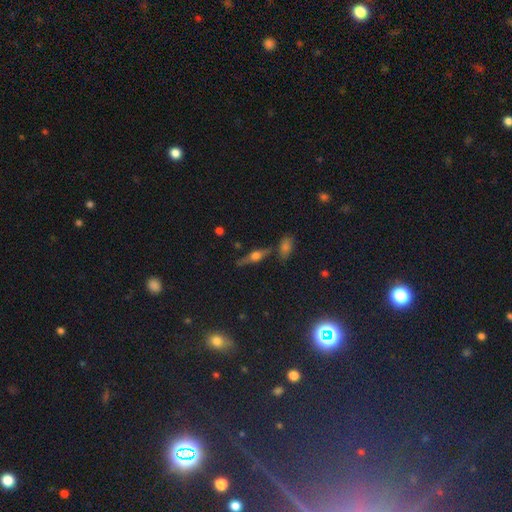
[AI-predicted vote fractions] Overall: featured or disk (58%; smooth 31%). Edge-on disk: yes (92%). Edge-on bulge: rounded (91%). Merging: none (75%).